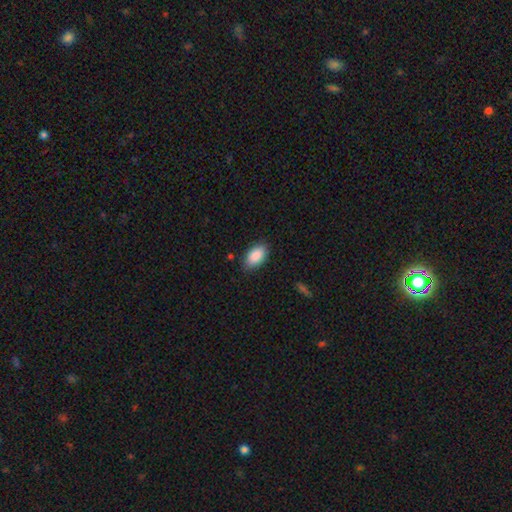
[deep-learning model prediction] Smooth or featured? smooth (90%)
How rounded? in between (94%)
Merging? none (84%)